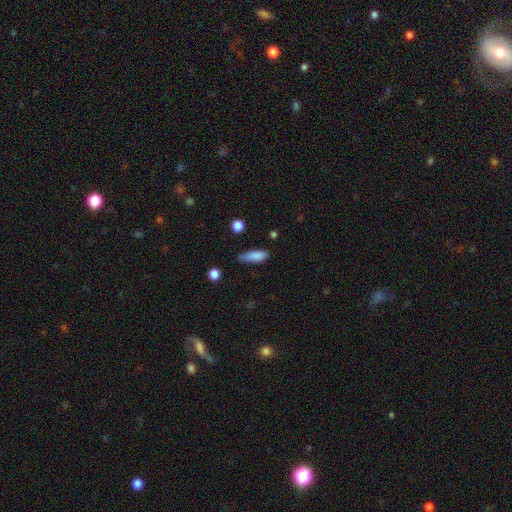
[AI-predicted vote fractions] Overall: smooth (85%). How rounded: in between (57%; cigar-shaped 40%). Merging: none (59%; minor disturbance 32%).